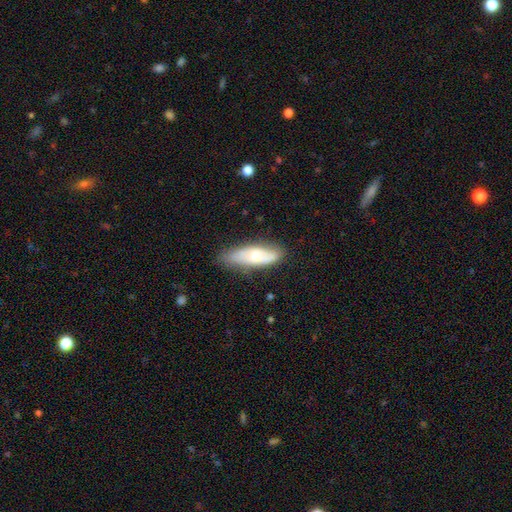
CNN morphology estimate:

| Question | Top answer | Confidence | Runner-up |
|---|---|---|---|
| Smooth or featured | smooth | 53% | featured or disk (41%) |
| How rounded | in between | 55% | cigar-shaped (43%) |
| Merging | none | 75% | minor disturbance (20%) |